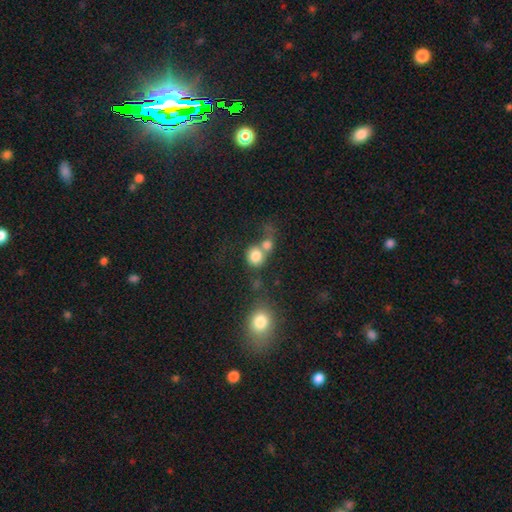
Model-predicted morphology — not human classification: Smooth or featured? Predicted: smooth (p=0.79). How rounded? Predicted: round (p=0.82). Merging? Predicted: merger (p=0.48).